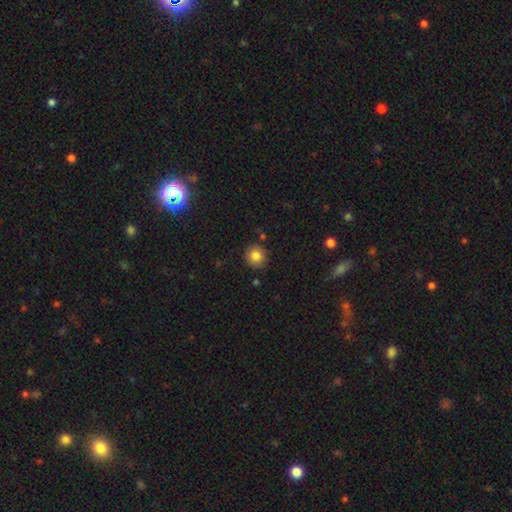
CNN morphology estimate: This appears to be a smooth galaxy with no disk features (83%) that is round (90%). Merging: none (85%).